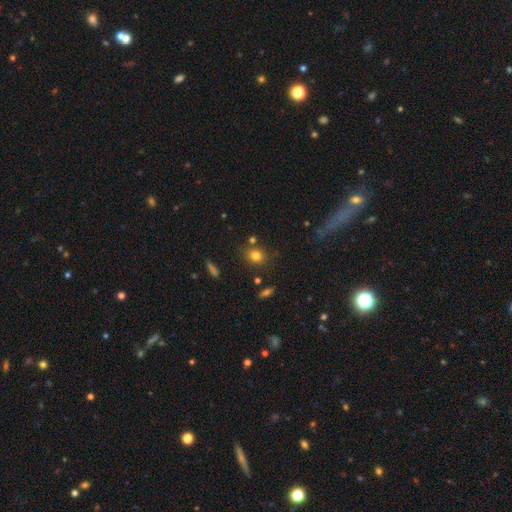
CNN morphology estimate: Overall: smooth (78%). How rounded: round (71%). Merging: none (78%).